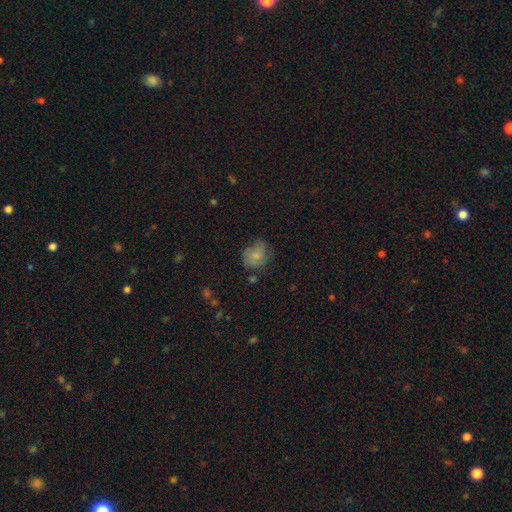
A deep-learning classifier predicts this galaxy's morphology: Smooth or featured? smooth (74%)
How rounded? round (55%)
Merging? none (58%)